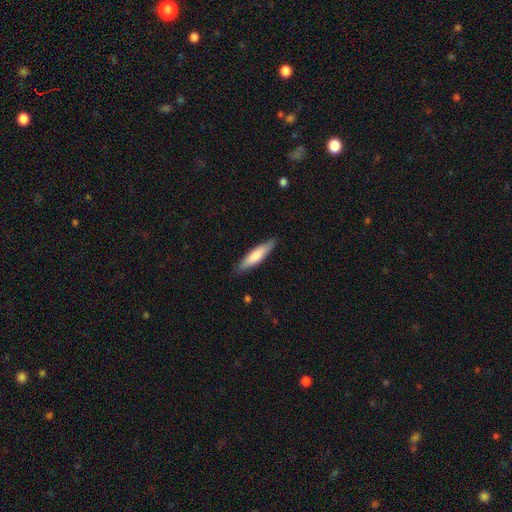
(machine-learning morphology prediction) type=smooth (72%); roundness=cigar-shaped (75%); merging=none (85%).